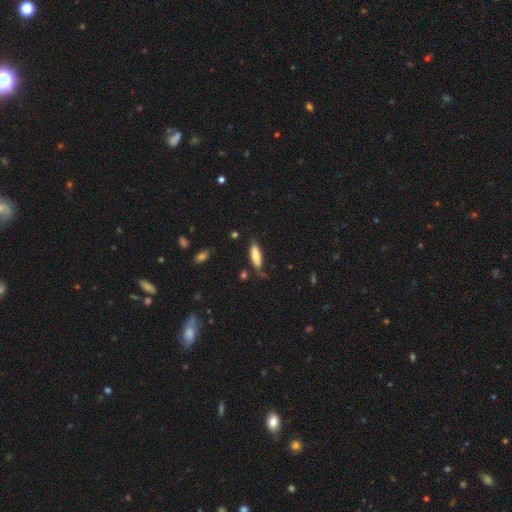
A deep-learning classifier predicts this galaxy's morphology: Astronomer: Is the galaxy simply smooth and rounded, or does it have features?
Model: smooth — 74%.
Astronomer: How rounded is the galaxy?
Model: in between — 57% (runner-up: cigar-shaped, 42%).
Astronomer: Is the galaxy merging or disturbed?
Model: none — 58%.